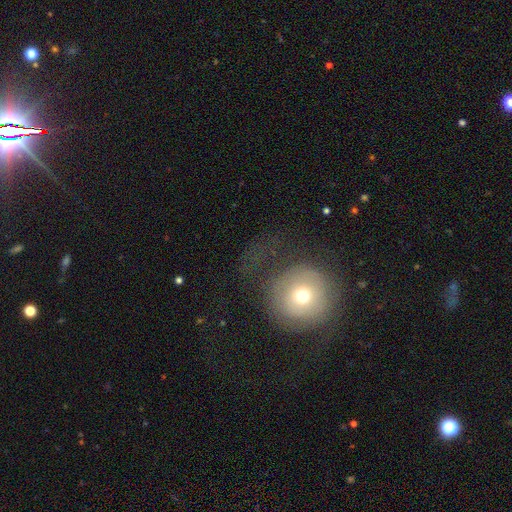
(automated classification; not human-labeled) The model was most divided on "smooth or featured": smooth: 52%, featured or disk: 30%, star or artifact: 18%. More confident: how rounded — round (94%); merging — none (54%).